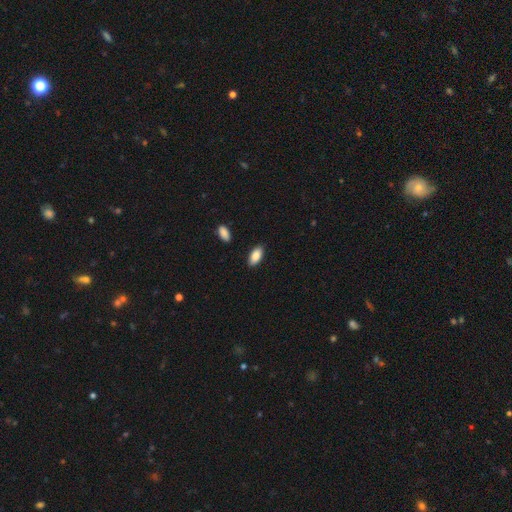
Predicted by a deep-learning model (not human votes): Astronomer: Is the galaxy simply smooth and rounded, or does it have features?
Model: smooth — 87%.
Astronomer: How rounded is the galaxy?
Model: in between — 91%.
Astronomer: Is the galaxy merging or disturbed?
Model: none — 87%.